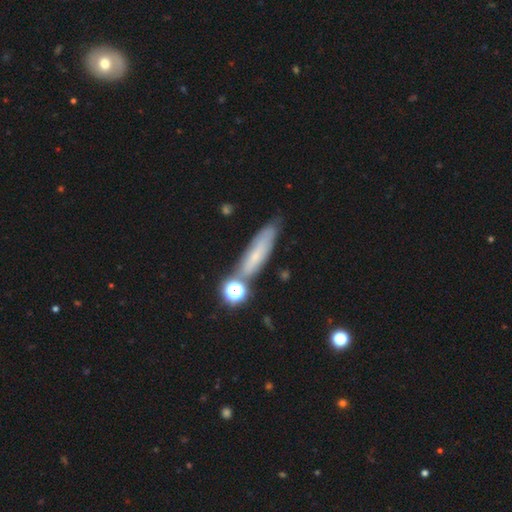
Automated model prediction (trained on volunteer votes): smooth-or-featured: smooth: 53% | featured or disk: 33% | star or artifact: 14%
  how-rounded: cigar-shaped: 67% | in between: 28% | round: 5%
  merging: none: 64% | minor disturbance: 19% | merger: 11% | major disturbance: 6%